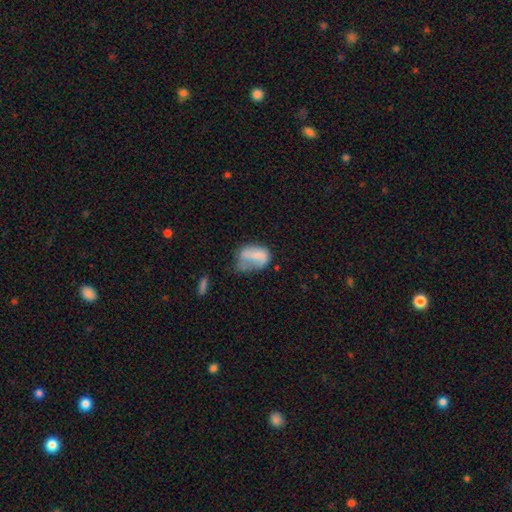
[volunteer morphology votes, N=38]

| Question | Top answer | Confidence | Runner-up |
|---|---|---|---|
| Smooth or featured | smooth | 61% | featured or disk (34%) |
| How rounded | in between | 91% | round (9%) |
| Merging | major disturbance | 36% | minor disturbance (28%) |